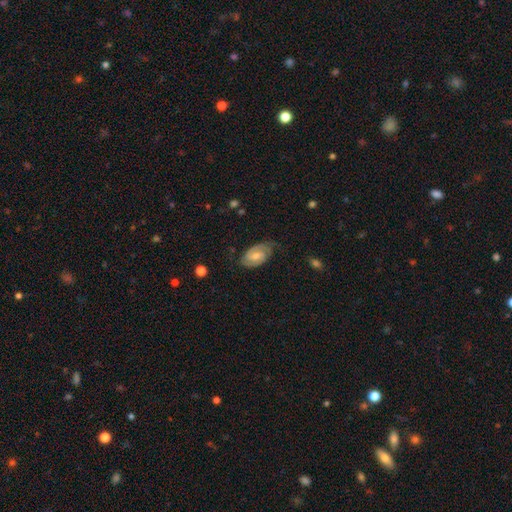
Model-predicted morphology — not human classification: This appears to be a featured or disk galaxy (80%) with a weak bar (47%), 2 (87%) tight (51%) spiral arms (96%) and a moderate central bulge (51%). Merging: none (71%).